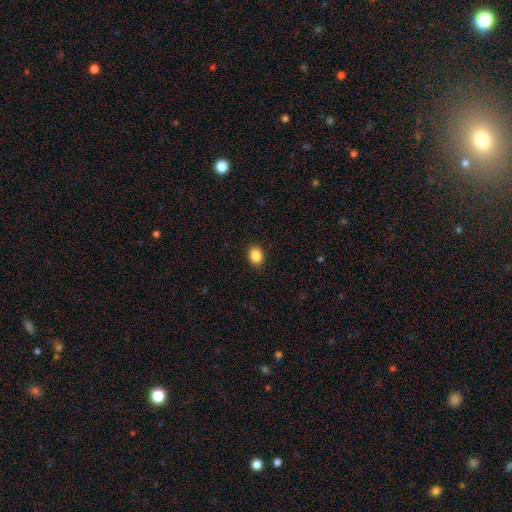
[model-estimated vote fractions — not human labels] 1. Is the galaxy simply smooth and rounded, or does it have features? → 88% smooth, 9% star or artifact, 3% featured or disk.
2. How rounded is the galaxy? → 56% in between, 43% round, 1% cigar-shaped.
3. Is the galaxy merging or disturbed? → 91% none, 7% minor disturbance, 2% major disturbance, 1% merger.